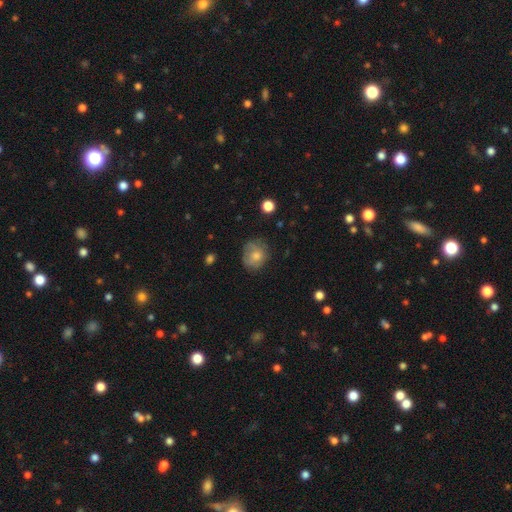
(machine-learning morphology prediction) smooth_or_featured: smooth (p=0.69) [alt: featured or disk p=0.23]
how_rounded: round (p=0.69) [alt: in between p=0.30]
merging: none (p=0.61) [alt: minor disturbance p=0.27]